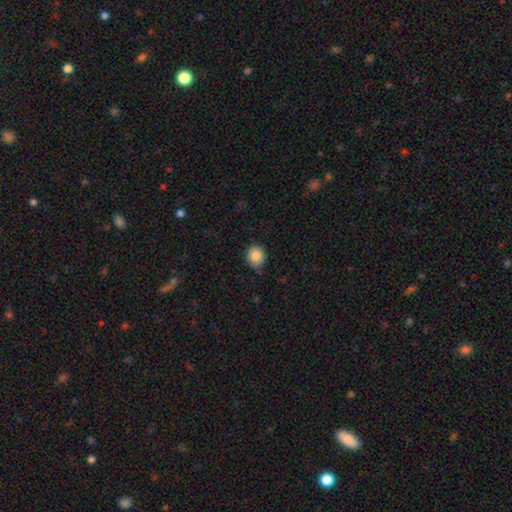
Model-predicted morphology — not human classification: smooth 85%, star or artifact 9%, featured or disk 6%. Down the decision tree: how rounded — round (80%); merging — none (81%).